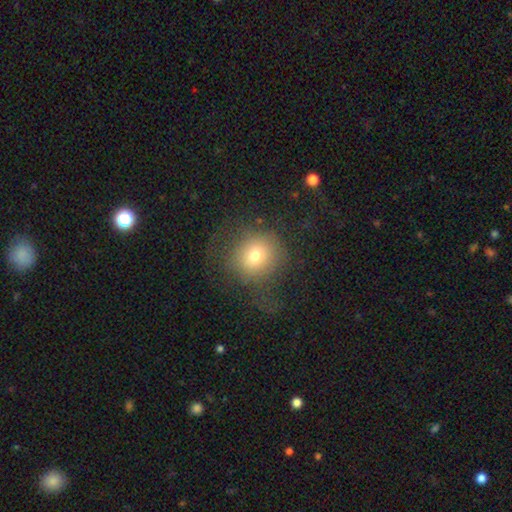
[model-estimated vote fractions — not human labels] Smooth or featured: smooth — 68% (featured or disk — 18%)
How rounded: round — 86% (in between — 13%)
Merging: none — 60% (major disturbance — 22%)